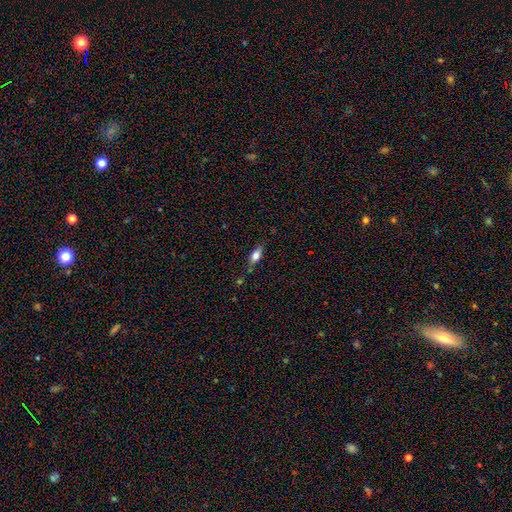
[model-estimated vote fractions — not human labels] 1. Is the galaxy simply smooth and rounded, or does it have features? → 72% smooth, 19% featured or disk, 9% star or artifact.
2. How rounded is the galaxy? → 79% in between, 17% cigar-shaped, 4% round.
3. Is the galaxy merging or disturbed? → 71% none, 19% minor disturbance, 5% merger, 5% major disturbance.